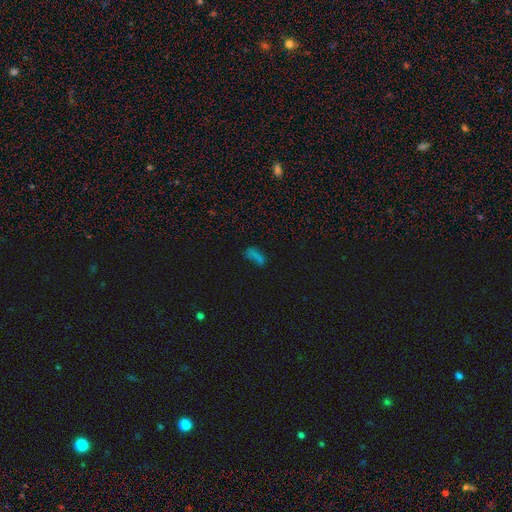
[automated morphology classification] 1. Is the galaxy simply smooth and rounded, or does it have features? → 55% smooth, 32% star or artifact, 13% featured or disk.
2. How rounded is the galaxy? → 65% in between, 26% cigar-shaped, 8% round.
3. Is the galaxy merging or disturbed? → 57% none, 21% minor disturbance, 14% major disturbance, 8% merger.